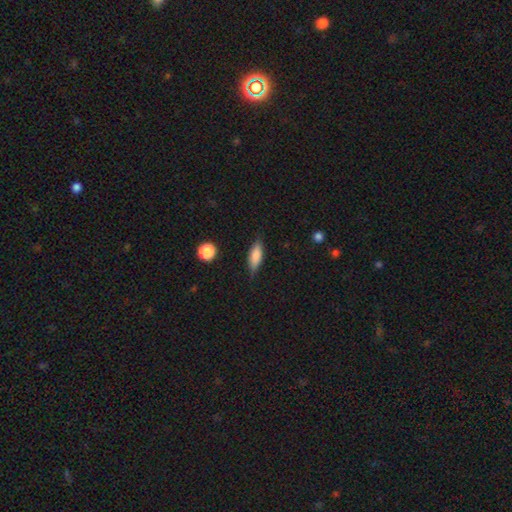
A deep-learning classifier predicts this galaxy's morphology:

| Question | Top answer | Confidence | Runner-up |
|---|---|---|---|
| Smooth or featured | smooth | 74% | featured or disk (19%) |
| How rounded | in between | 61% | cigar-shaped (36%) |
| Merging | none | 79% | minor disturbance (16%) |